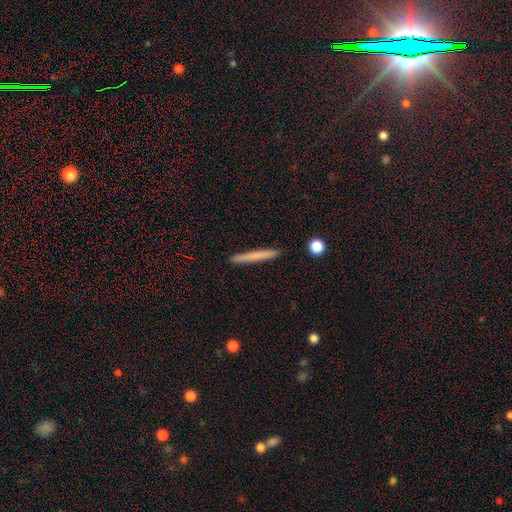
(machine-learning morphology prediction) Q: Smooth or featured?
A: smooth (70%); runner-up: featured or disk (24%)
Q: How rounded?
A: cigar-shaped (97%); runner-up: in between (2%)
Q: Merging?
A: none (92%); runner-up: minor disturbance (6%)